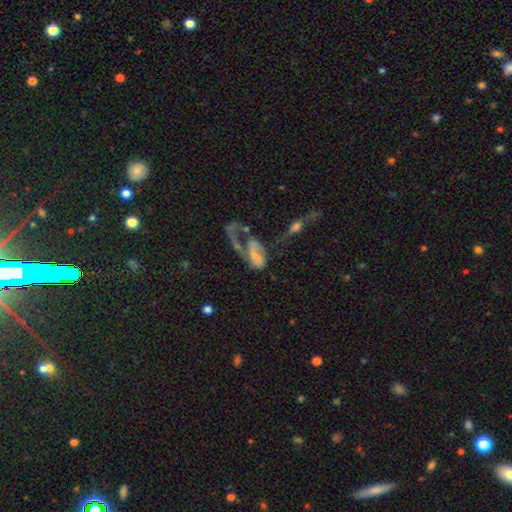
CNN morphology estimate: Smooth or featured? featured or disk (55%)
Edge-on disk? no (94%)
Bar? no (60%)
Spiral arms? yes (57%)
Bulge size? small (38%)
Merging? major disturbance (46%)